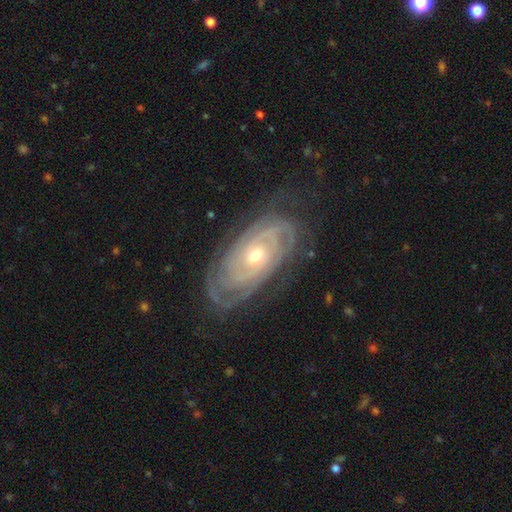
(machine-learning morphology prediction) smooth-or-featured: featured or disk: 87% | smooth: 7% | star or artifact: 5%
  disk-edge-on: no: 94% | yes: 6%
    bar: no: 80% | weak: 15% | strong: 5%
    has-spiral-arms: yes: 95% | no: 5%
      spiral-winding: tight: 79% | medium: 17% | loose: 5%
      spiral-arm-count: can't tell: 34% | 2: 25% | 3: 17% | 4: 10% | more than 4: 8% | 1: 6%
    bulge-size: moderate: 57% | small: 39% | large: 2% | dominant: 1% | none: 1%
  merging: none: 73% | minor disturbance: 18% | major disturbance: 8% | merger: 1%